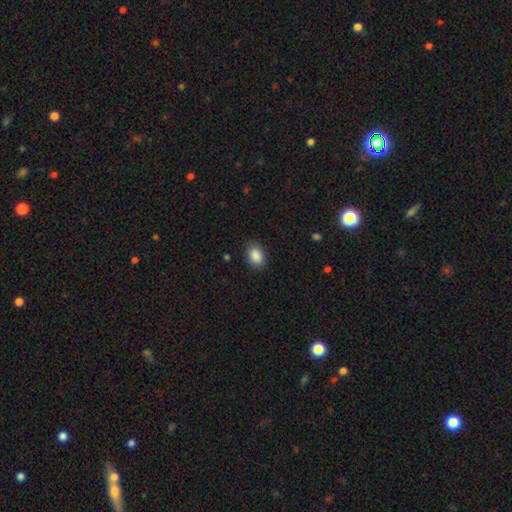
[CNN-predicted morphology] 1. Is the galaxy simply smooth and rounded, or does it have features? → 89% smooth, 8% star or artifact, 4% featured or disk.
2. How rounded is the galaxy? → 84% in between, 14% round, 1% cigar-shaped.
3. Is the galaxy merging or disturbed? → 85% none, 11% minor disturbance, 3% major disturbance, 1% merger.